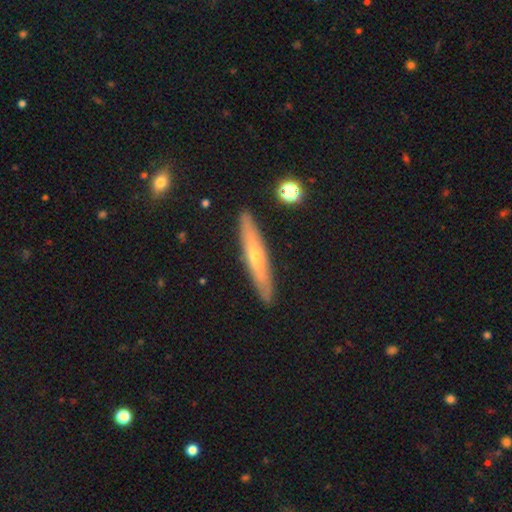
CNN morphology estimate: type=featured or disk (60%); edge-on=yes (86%); edge-on bulge=rounded (74%); merging=none (89%).